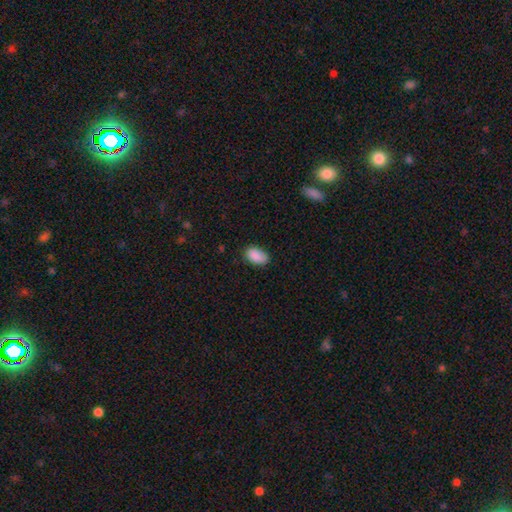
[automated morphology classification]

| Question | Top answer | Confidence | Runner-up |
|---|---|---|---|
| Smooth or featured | smooth | 89% | star or artifact (8%) |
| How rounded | in between | 91% | round (7%) |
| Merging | none | 76% | minor disturbance (20%) |